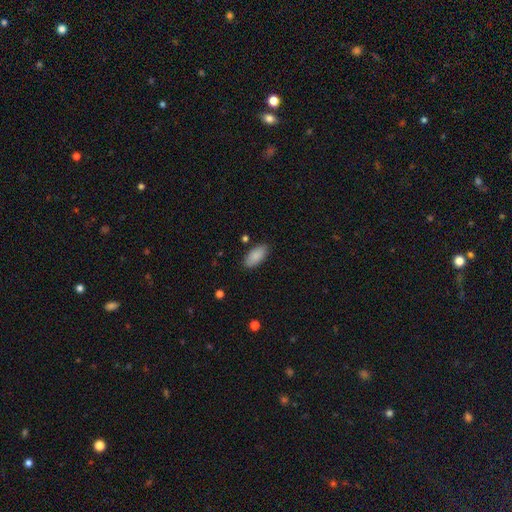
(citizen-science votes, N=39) A smooth galaxy with no disk features (85%) that is in between round and cigar-shaped (100%).

Vote fractions:
- Smooth or featured? smooth: 85% / star or artifact: 10% / featured or disk: 5%
- How rounded? in between: 100% / round: 0% / cigar-shaped: 0%
- Merging? none: 89% / minor disturbance: 11% / major disturbance: 0% / merger: 0%